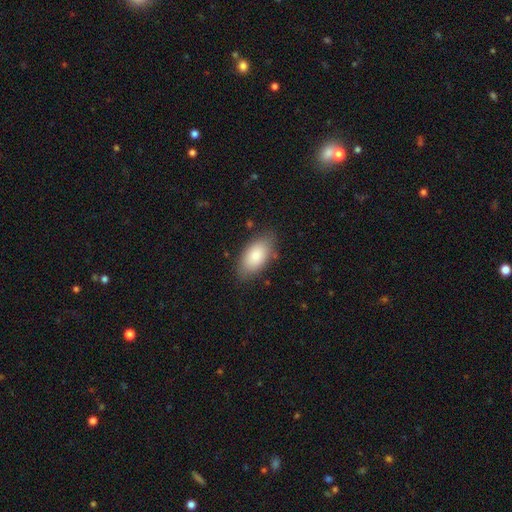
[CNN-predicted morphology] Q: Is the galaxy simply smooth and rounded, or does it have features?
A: smooth — 84%.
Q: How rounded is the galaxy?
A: in between — 94%.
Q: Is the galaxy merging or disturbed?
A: none — 78%.